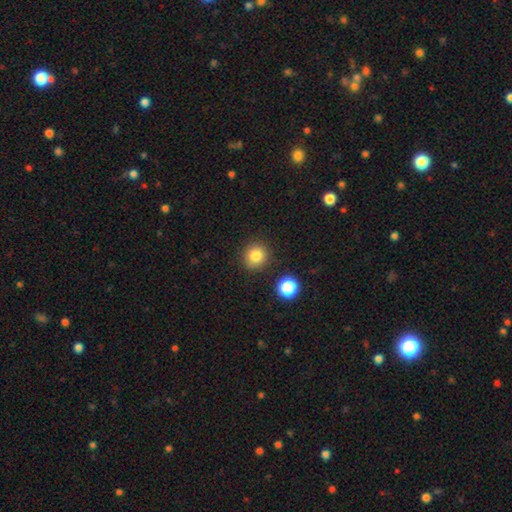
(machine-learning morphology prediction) This is clearly a smooth galaxy (82%). How rounded: clearly round (89%). Merging: clearly none (87%).